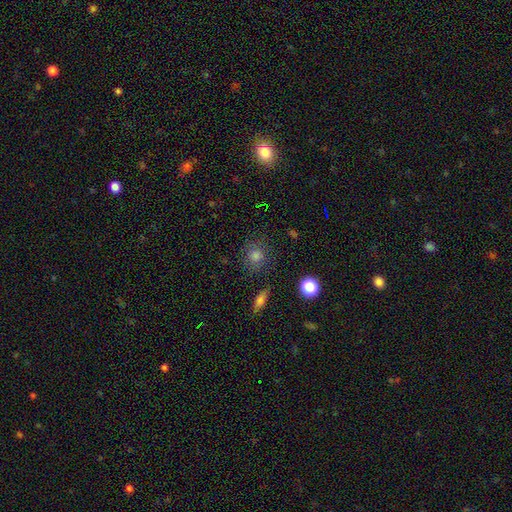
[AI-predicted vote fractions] Q: Smooth or featured?
A: smooth (66%); runner-up: star or artifact (23%)
Q: How rounded?
A: round (87%); runner-up: in between (12%)
Q: Merging?
A: none (82%); runner-up: minor disturbance (11%)